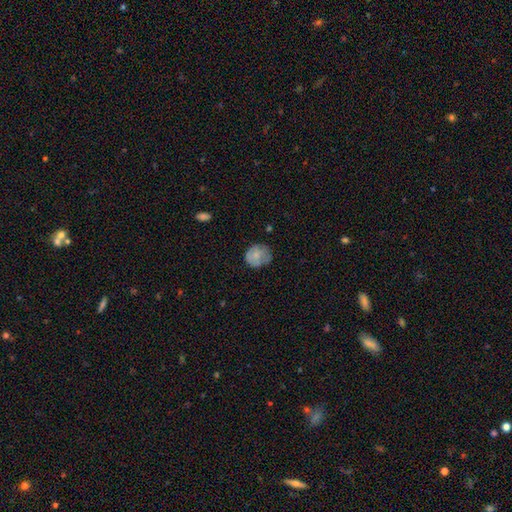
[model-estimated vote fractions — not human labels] This appears to be a smooth galaxy with no disk features (68%) that is round (76%). Merging: none (62%).